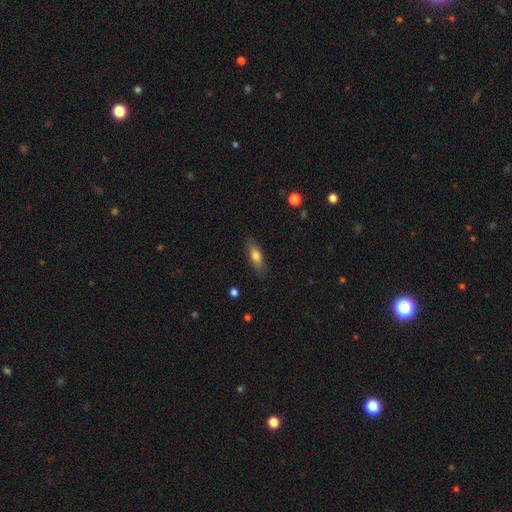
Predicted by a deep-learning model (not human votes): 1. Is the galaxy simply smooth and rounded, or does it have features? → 71% smooth, 22% featured or disk, 7% star or artifact.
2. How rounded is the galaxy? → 55% in between, 42% cigar-shaped, 3% round.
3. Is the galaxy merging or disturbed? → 84% none, 12% minor disturbance, 3% major disturbance, 1% merger.